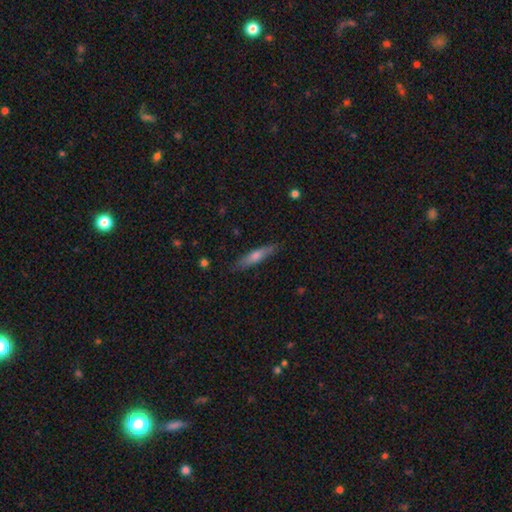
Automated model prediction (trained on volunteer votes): Smooth or featured?
  - smooth: 55% *
  - featured or disk: 39%
  - star or artifact: 7%
How rounded?
  - cigar-shaped: 84% *
  - in between: 14%
  - round: 2%
Merging?
  - none: 86% *
  - minor disturbance: 11%
  - major disturbance: 2%
  - merger: 1%